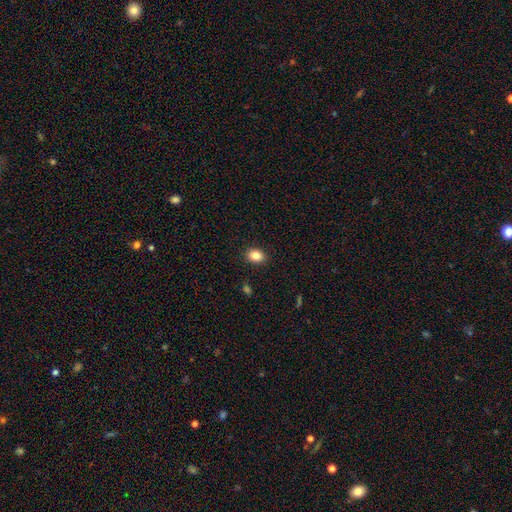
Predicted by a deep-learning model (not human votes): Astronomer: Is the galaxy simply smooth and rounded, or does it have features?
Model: smooth — 85%.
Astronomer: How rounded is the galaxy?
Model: in between — 69%.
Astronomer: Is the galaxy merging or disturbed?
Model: none — 89%.